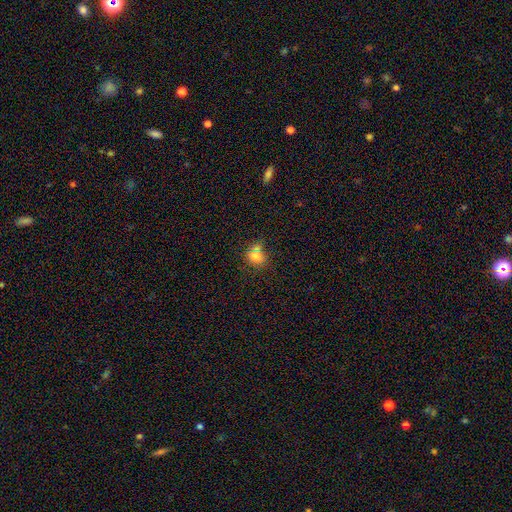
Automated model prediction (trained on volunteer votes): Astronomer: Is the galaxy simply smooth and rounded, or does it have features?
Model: smooth — 79%.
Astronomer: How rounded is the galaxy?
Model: round — 60% (runner-up: in between, 39%).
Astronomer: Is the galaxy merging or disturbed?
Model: none — 56%.